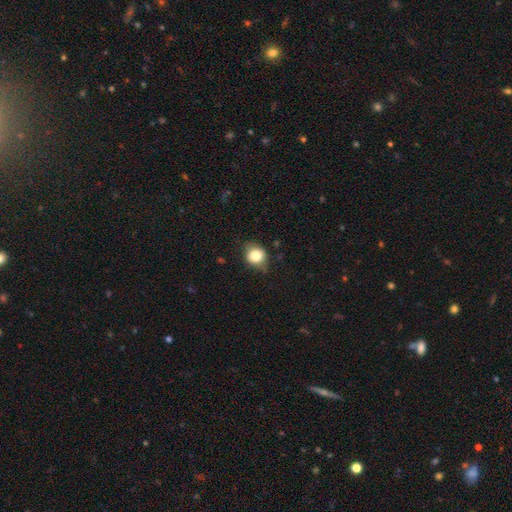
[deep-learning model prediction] Smooth or featured?
  - smooth: 80% *
  - featured or disk: 11%
  - star or artifact: 10%
How rounded?
  - round: 73% *
  - in between: 26%
  - cigar-shaped: 1%
Merging?
  - none: 70% *
  - minor disturbance: 23%
  - major disturbance: 5%
  - merger: 1%